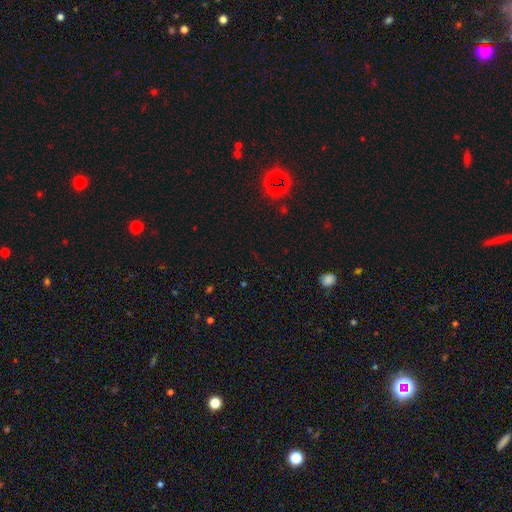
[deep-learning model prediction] smooth_or_featured: star or artifact (p=0.70) [alt: smooth p=0.22]